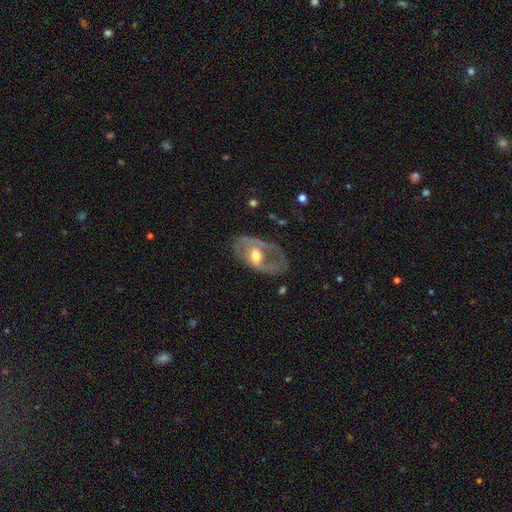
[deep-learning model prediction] Q: Smooth or featured?
A: featured or disk (67%); runner-up: smooth (27%)
Q: Edge-on disk?
A: no (93%); runner-up: yes (7%)
Q: Bar?
A: no (61%); runner-up: weak (29%)
Q: Spiral arms?
A: yes (52%); runner-up: no (48%)
Q: Bulge size?
A: moderate (70%); runner-up: large (16%)
Q: Merging?
A: none (48%); runner-up: minor disturbance (25%)